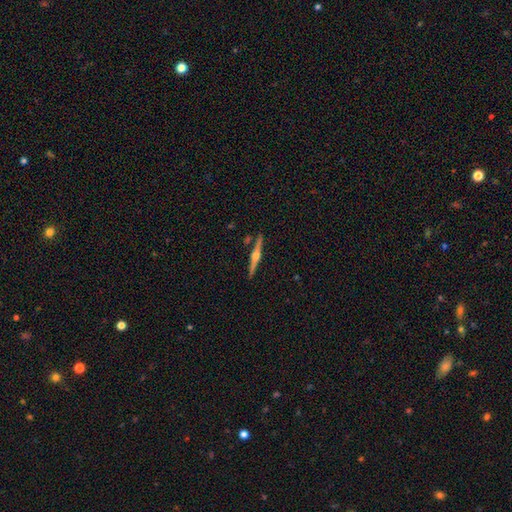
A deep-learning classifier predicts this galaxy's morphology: Smooth or featured: featured or disk — 81% (smooth — 14%)
Edge-on disk: yes — 98% (no — 2%)
Edge-on bulge: rounded — 91% (boxy — 6%)
Merging: none — 90% (minor disturbance — 6%)